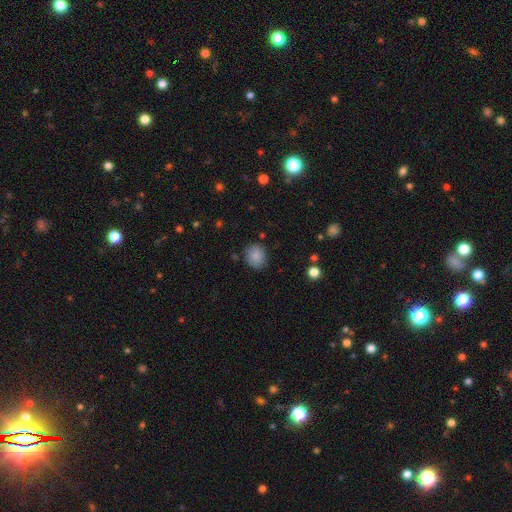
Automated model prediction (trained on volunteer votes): Morphology: type=smooth (86%); roundness=round (76%); merging=none (81%).